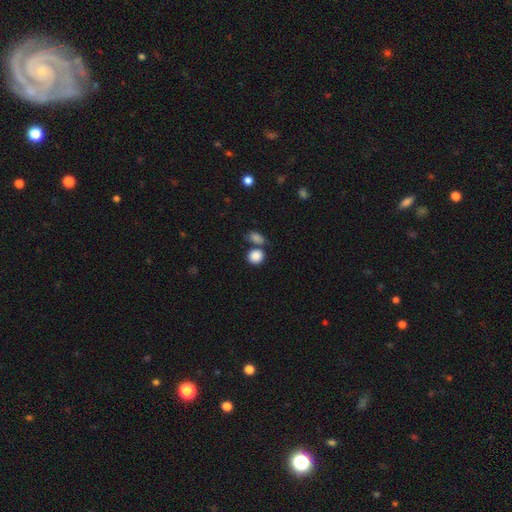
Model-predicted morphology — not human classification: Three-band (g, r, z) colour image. It shows a smooth galaxy with no disk features (87%) that is round (74%). Merging: none (57%).